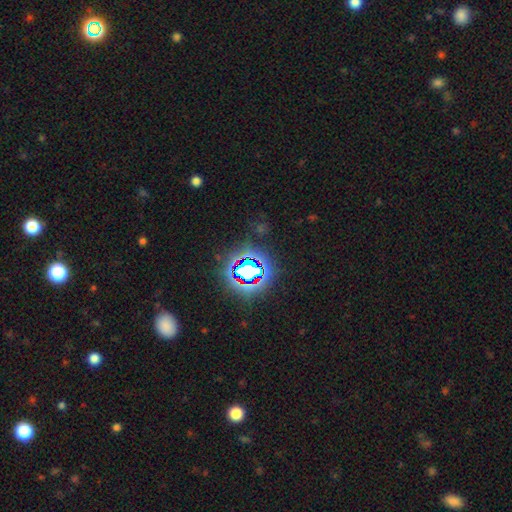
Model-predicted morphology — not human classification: This appears to be a star or artifact, not a galaxy (82%).